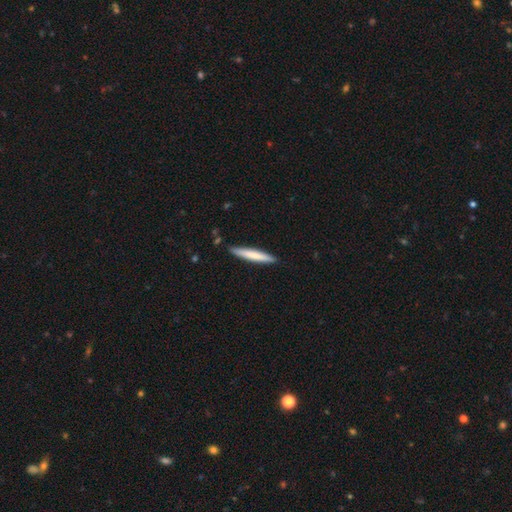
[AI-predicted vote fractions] Smooth or featured? smooth (71%)
How rounded? cigar-shaped (94%)
Merging? none (88%)